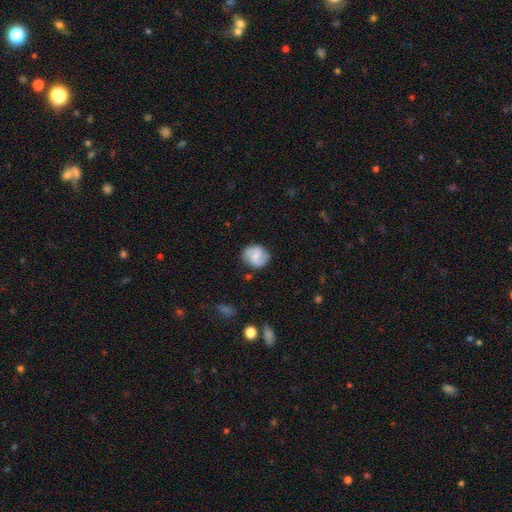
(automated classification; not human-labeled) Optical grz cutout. It shows a featured or disk galaxy (61%) with a weak bar (51%), 2 (88%) medium (45%) spiral arms (91%) and a small central bulge (42%). Merging: none (81%).